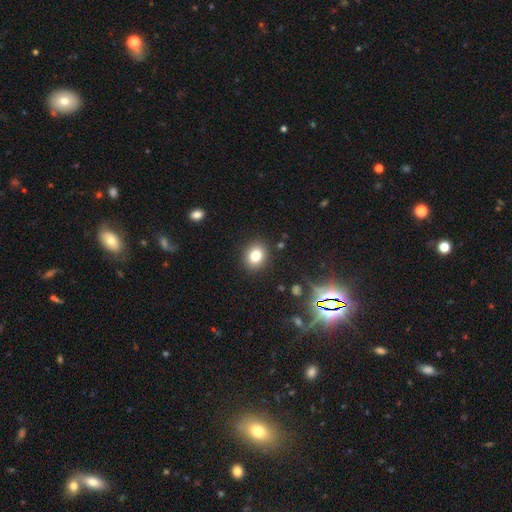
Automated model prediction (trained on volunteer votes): Q: Smooth or featured?
A: smooth (79%); runner-up: star or artifact (12%)
Q: How rounded?
A: round (62%); runner-up: in between (37%)
Q: Merging?
A: none (89%); runner-up: minor disturbance (7%)